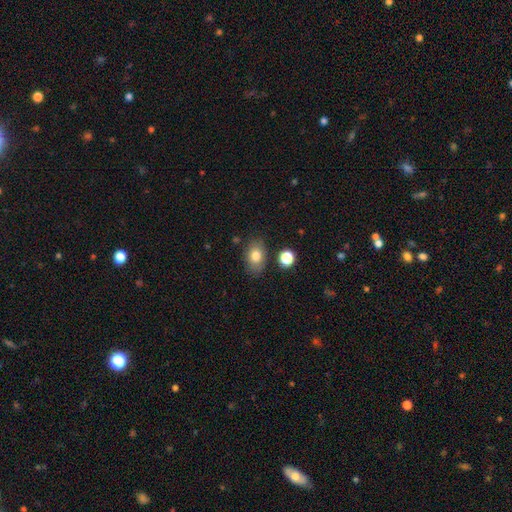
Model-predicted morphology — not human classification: smooth 79%, featured or disk 12%, star or artifact 9%. Down the decision tree: how rounded — in between (80%); merging — none (80%).